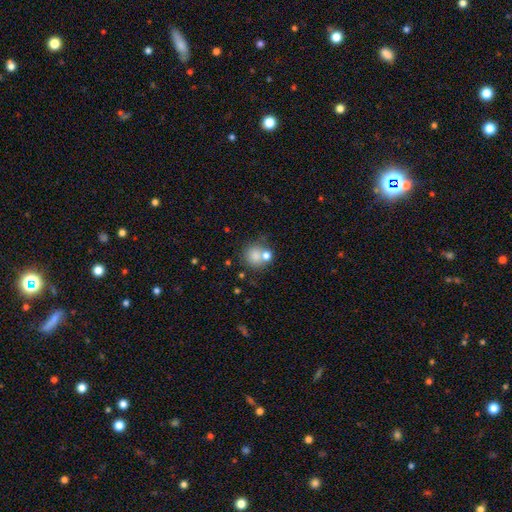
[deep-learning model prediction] Smooth or featured? smooth (78%)
How rounded? round (86%)
Merging? none (55%)